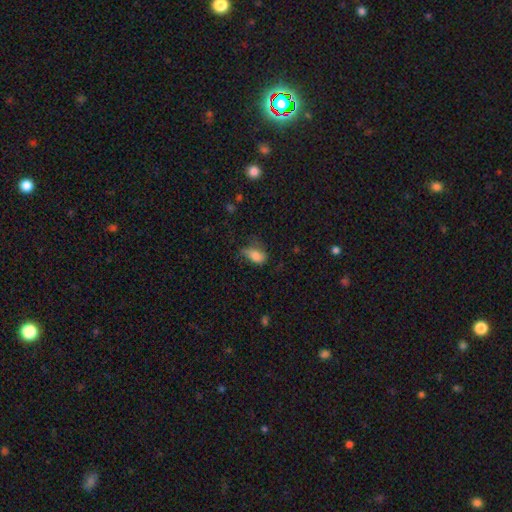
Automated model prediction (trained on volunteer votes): Overall: smooth (76%). How rounded: in between (88%). Merging: none (37%; minor disturbance 36%).